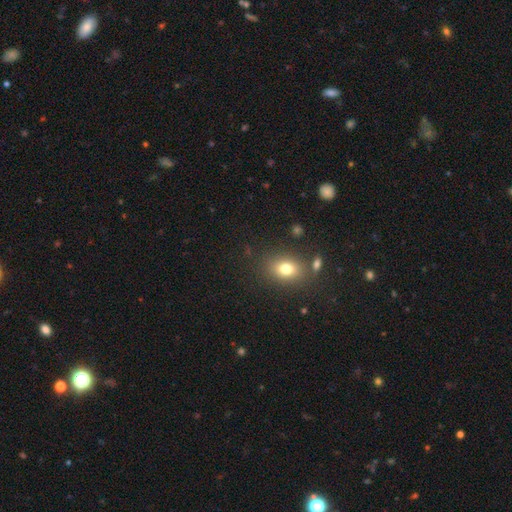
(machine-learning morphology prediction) smooth-or-featured: smooth: 64% | star or artifact: 28% | featured or disk: 8%
  how-rounded: round: 60% | in between: 39% | cigar-shaped: 1%
  merging: none: 82% | minor disturbance: 10% | merger: 5% | major disturbance: 3%